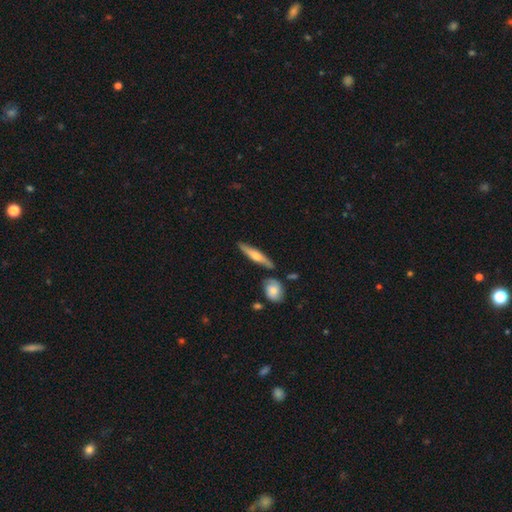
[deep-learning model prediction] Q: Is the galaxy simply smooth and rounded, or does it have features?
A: featured or disk — 53%.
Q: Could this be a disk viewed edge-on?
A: yes — 93%.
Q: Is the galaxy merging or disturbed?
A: none — 79%.